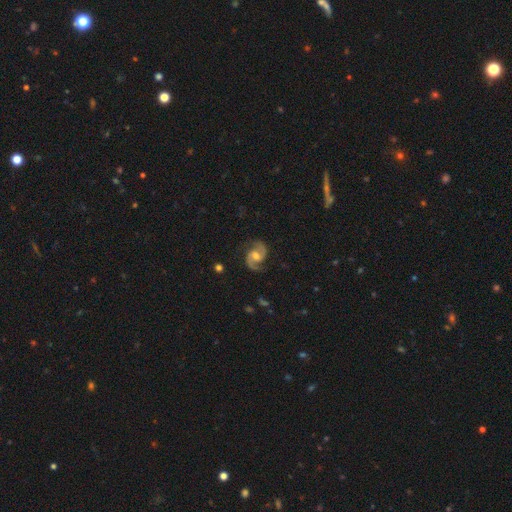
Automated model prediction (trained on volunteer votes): Smooth or featured? featured or disk (90%)
Edge-on disk? no (98%)
Bar? weak (47%)
Spiral arms? yes (98%)
Spiral winding? medium (60%)
Spiral arm count? 2 (94%)
Bulge size? moderate (65%)
Merging? none (82%)